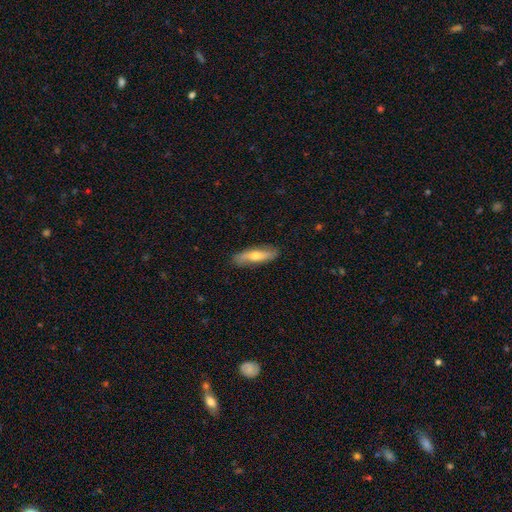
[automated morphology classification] A smooth galaxy with no disk features (49%).

Vote fractions:
- Smooth or featured? smooth: 49% / featured or disk: 46% / star or artifact: 6%
- Merging? none: 85% / minor disturbance: 11% / major disturbance: 2% / merger: 1%